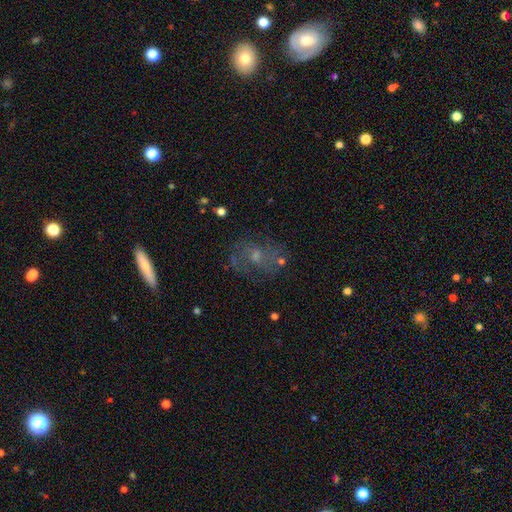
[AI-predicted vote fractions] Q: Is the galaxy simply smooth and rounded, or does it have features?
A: featured or disk — 55%.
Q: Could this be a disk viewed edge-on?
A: no — 97%.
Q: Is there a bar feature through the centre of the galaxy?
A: no — 67%.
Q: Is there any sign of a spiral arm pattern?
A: yes — 59%.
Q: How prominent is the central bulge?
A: small — 45%.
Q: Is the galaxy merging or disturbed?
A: none — 58%.